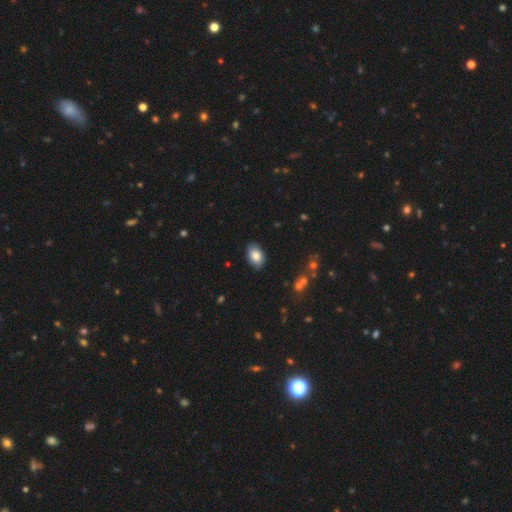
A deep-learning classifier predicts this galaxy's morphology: A smooth galaxy with no disk features (84%) that is in between round and cigar-shaped (89%).

Vote fractions:
- Smooth or featured? smooth: 84% / featured or disk: 9% / star or artifact: 7%
- How rounded? in between: 89% / round: 9% / cigar-shaped: 1%
- Merging? none: 87% / minor disturbance: 10% / major disturbance: 2% / merger: 1%